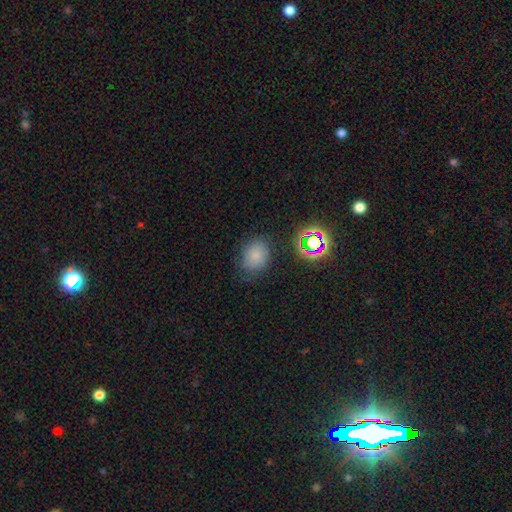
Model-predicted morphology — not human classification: This appears to be a smooth galaxy with no disk features (74%) that is in between round and cigar-shaped (54%). Merging: none (73%).